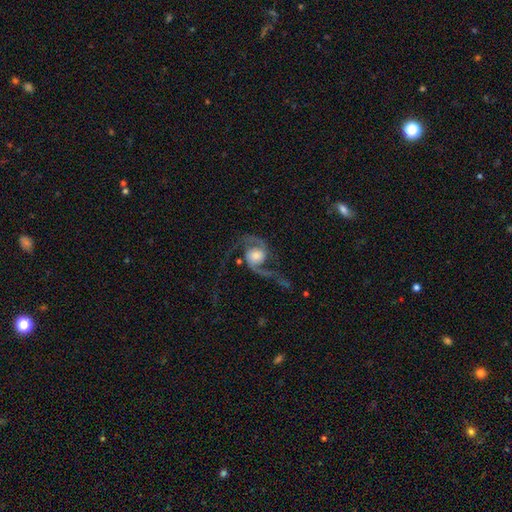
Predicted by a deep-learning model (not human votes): Q: Smooth or featured?
A: featured or disk (89%); runner-up: smooth (6%)
Q: Edge-on disk?
A: no (97%); runner-up: yes (3%)
Q: Bar?
A: no (65%); runner-up: weak (27%)
Q: Spiral arms?
A: yes (98%); runner-up: no (2%)
Q: Spiral winding?
A: loose (63%); runner-up: medium (31%)
Q: Spiral arm count?
A: 2 (93%); runner-up: 1 (2%)
Q: Bulge size?
A: large (37%); runner-up: moderate (33%)
Q: Merging?
A: none (65%); runner-up: major disturbance (18%)